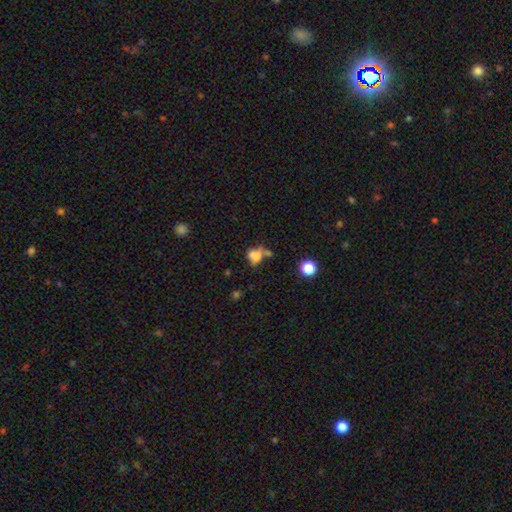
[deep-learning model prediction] A smooth galaxy with no disk features (73%) that is round (51%). Merging: merger (36%).